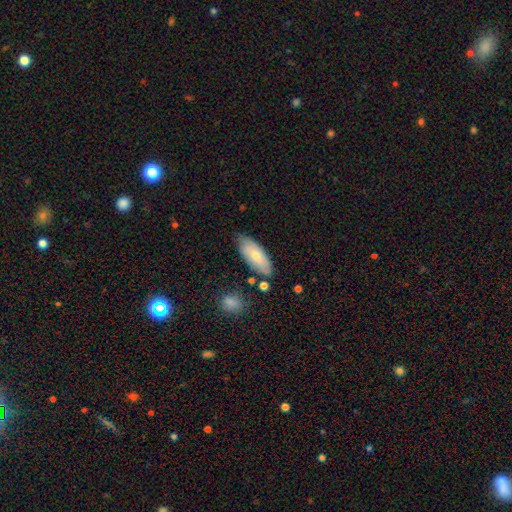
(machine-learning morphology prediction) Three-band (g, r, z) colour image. It shows a smooth galaxy with no disk features (70%) that is in between round and cigar-shaped (81%). Merging: none (74%).